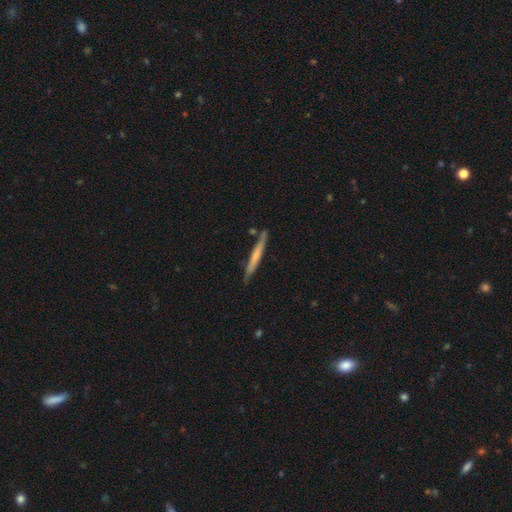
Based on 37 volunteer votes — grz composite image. It shows a smooth galaxy with no disk features (51%) that is cigar-shaped (95%). Merging: none (80%).